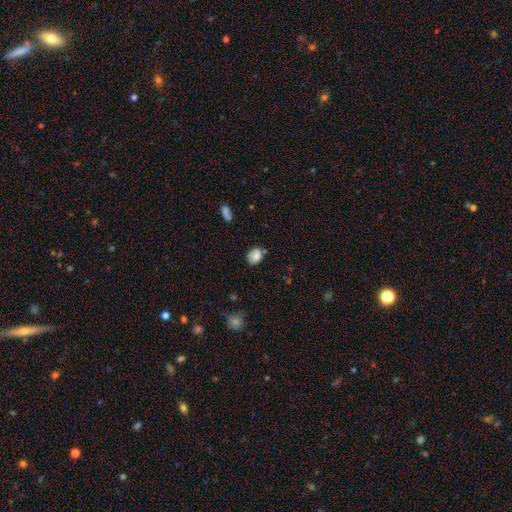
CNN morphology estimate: smooth_or_featured: smooth (p=0.78) [alt: featured or disk p=0.13]
how_rounded: in between (p=0.54) [alt: round p=0.44]
merging: none (p=0.69) [alt: minor disturbance p=0.21]